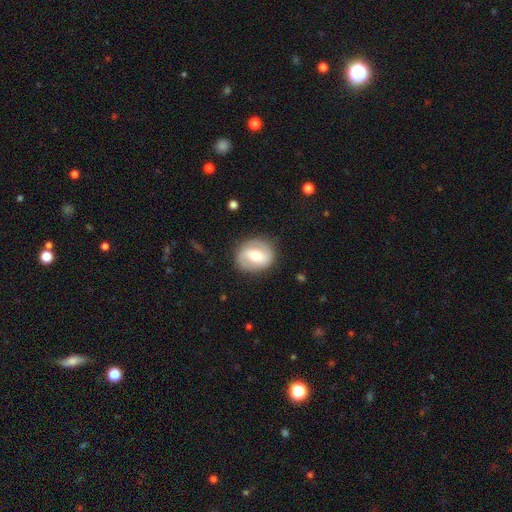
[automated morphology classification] A featured or disk galaxy (55%) with a weak bar (41%), spiral arms (67%) and a moderate central bulge (65%).

Vote fractions:
- Smooth or featured? featured or disk: 55% / smooth: 39% / star or artifact: 6%
- Edge-on disk? no: 96% / yes: 4%
- Bar? weak: 41% / strong: 33% / no: 26%
- Spiral arms? yes: 67% / no: 33%
- Bulge size? moderate: 65% / small: 20% / large: 12% / dominant: 2% / none: 1%
- Merging? none: 83% / minor disturbance: 11% / major disturbance: 4% / merger: 1%